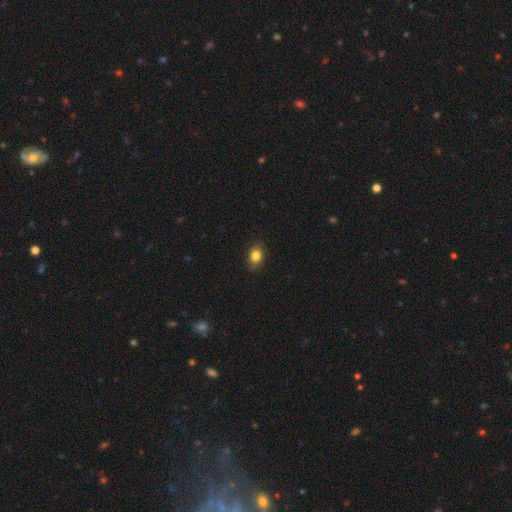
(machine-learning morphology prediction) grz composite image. It shows a smooth galaxy with no disk features (84%) that is in between round and cigar-shaped (57%). Merging: none (81%).